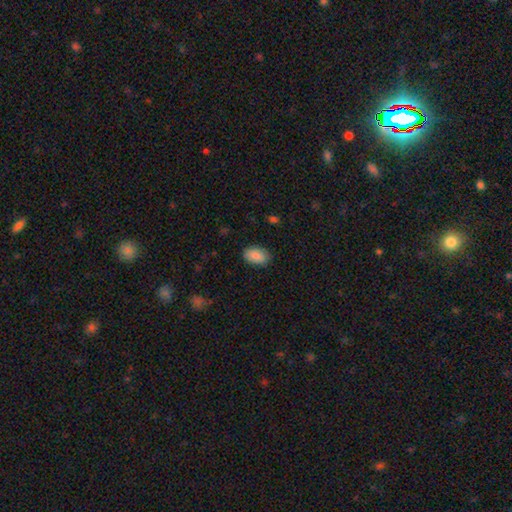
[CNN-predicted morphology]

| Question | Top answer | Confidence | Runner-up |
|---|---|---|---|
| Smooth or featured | smooth | 88% | star or artifact (7%) |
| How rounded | in between | 92% | round (7%) |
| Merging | none | 85% | minor disturbance (12%) |